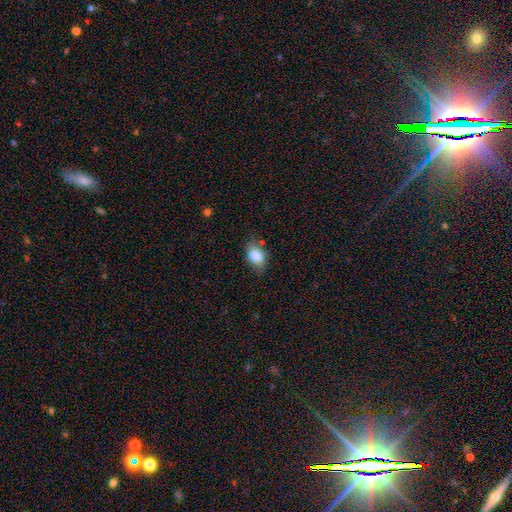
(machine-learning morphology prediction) Overall: smooth (83%). How rounded: in between (84%). Merging: none (66%).